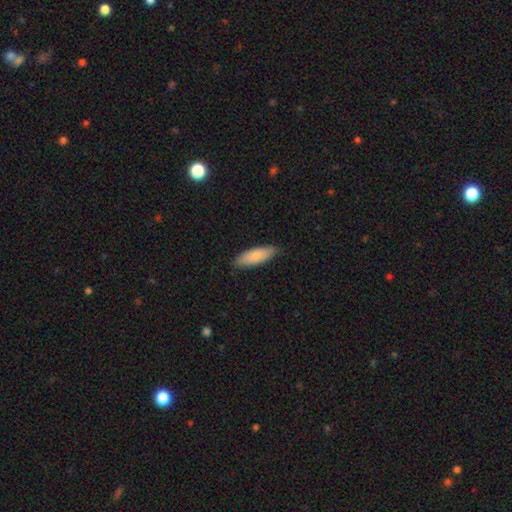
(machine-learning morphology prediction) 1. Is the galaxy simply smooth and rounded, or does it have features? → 85% smooth, 9% featured or disk, 5% star or artifact.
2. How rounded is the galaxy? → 62% in between, 37% cigar-shaped, 2% round.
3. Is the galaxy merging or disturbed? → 85% none, 12% minor disturbance, 2% major disturbance, 1% merger.